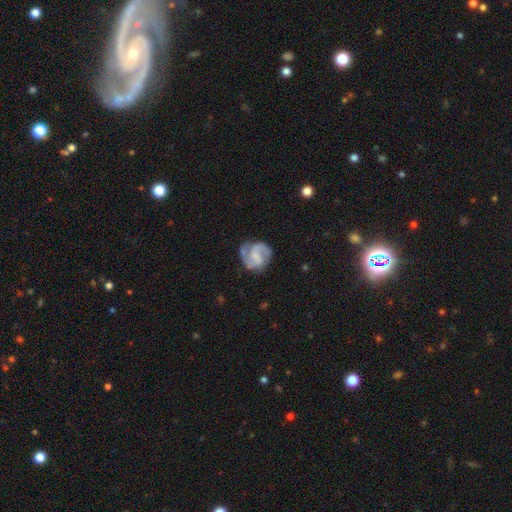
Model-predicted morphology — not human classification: Smooth or featured: featured or disk — 79% (smooth — 15%)
Edge-on disk: no — 98% (yes — 2%)
Bar: weak — 46% (no — 42%)
Spiral arms: yes — 95% (no — 5%)
Spiral winding: medium — 52% (tight — 26%)
Spiral arm count: 2 — 80% (3 — 7%)
Bulge size: none — 39% (small — 37%)
Merging: none — 70% (minor disturbance — 19%)